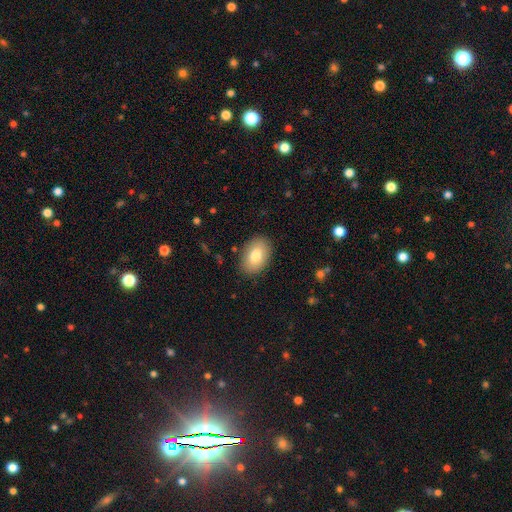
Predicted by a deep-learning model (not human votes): smooth 80%, featured or disk 14%, star or artifact 7%. Down the decision tree: how rounded — in between (88%); merging — none (87%).